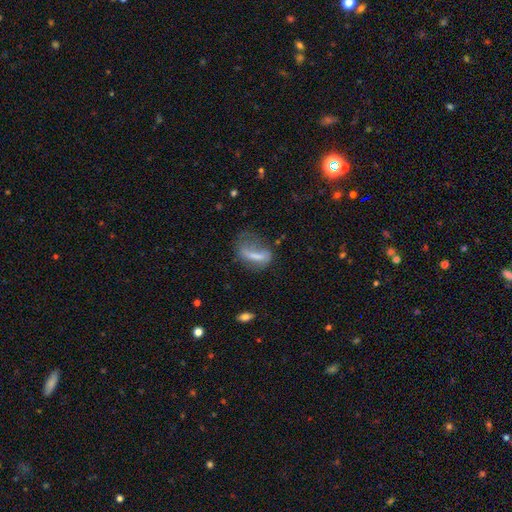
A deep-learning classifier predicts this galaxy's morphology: Smooth or featured: smooth — 53% (featured or disk — 36%)
How rounded: in between — 66% (cigar-shaped — 25%)
Merging: major disturbance — 46% (none — 26%)